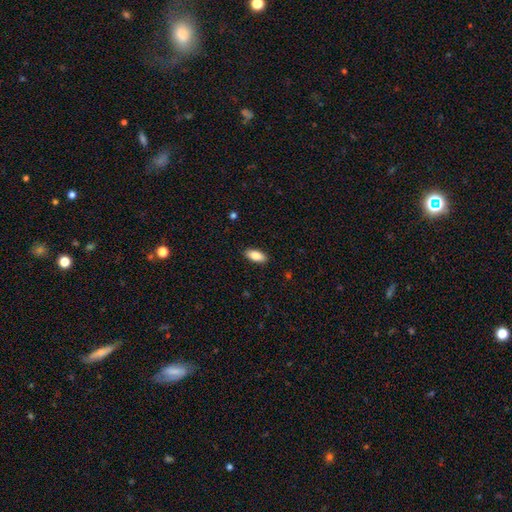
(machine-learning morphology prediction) Smooth or featured?
  - smooth: 87% *
  - featured or disk: 7%
  - star or artifact: 6%
How rounded?
  - in between: 88% *
  - cigar-shaped: 10%
  - round: 2%
Merging?
  - none: 89% *
  - minor disturbance: 8%
  - major disturbance: 2%
  - merger: 1%